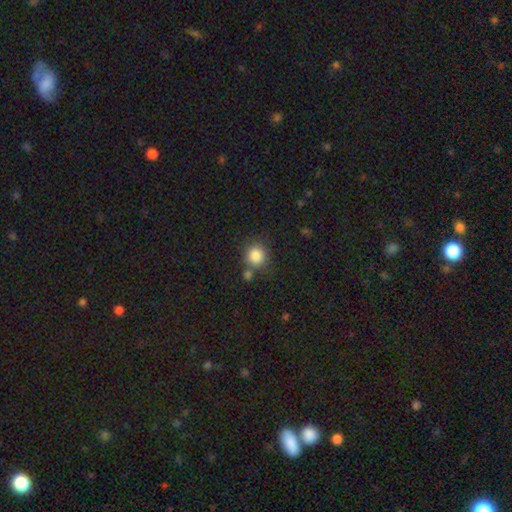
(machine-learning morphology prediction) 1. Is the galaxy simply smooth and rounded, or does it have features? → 85% smooth, 10% star or artifact, 5% featured or disk.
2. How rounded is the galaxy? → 90% round, 9% in between, 1% cigar-shaped.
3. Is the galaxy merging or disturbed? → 69% none, 16% merger, 11% minor disturbance, 4% major disturbance.